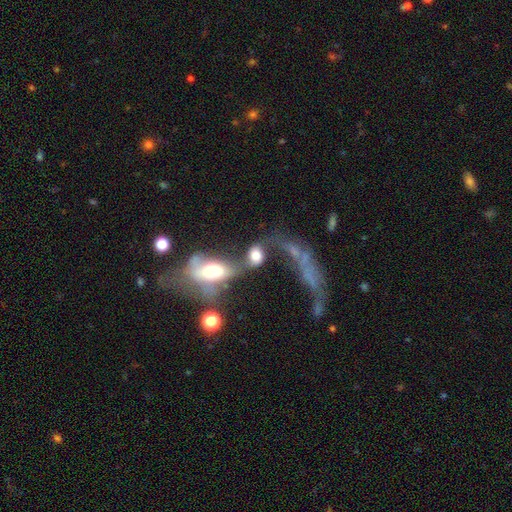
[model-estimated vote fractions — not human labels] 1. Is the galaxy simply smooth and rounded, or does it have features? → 47% smooth, 40% featured or disk, 12% star or artifact.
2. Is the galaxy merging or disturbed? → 58% merger, 17% major disturbance, 17% none, 8% minor disturbance.